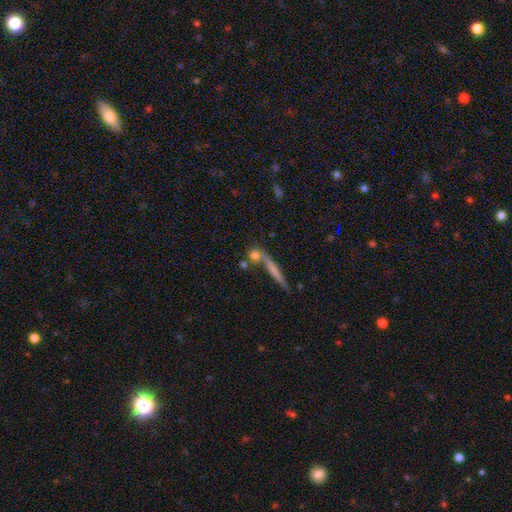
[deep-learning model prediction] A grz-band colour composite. It shows a smooth galaxy with no disk features (68%) that is round (60%). Merging: none (57%).